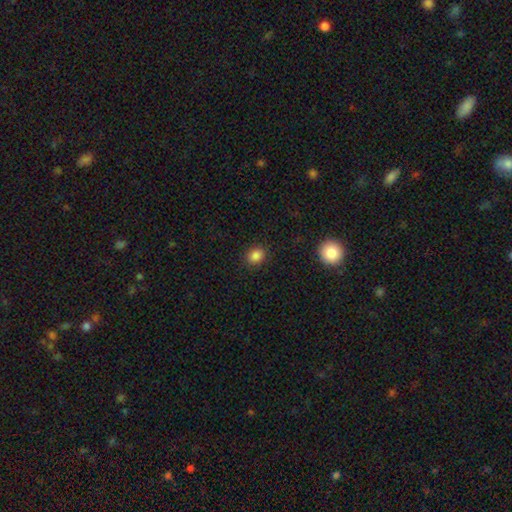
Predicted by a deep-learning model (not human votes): smooth 85%, star or artifact 11%, featured or disk 4%. Down the decision tree: how rounded — round (64%); merging — none (90%).